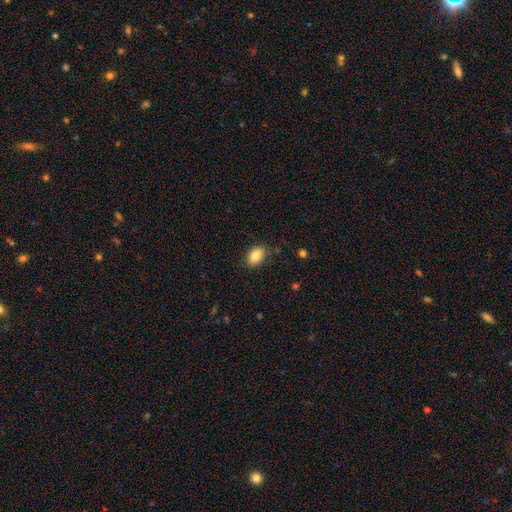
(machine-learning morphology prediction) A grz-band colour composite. It shows a smooth galaxy with no disk features (86%) that is in between round and cigar-shaped (87%). Merging: none (84%).